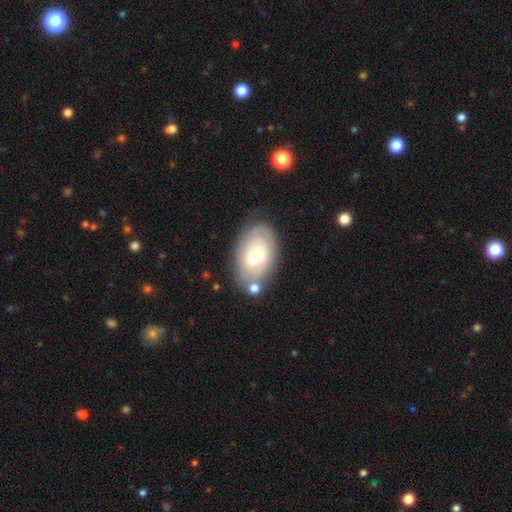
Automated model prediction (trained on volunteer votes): smooth_or_featured: smooth (p=0.54) [alt: featured or disk p=0.39]
how_rounded: in between (p=0.92) [alt: round p=0.07]
merging: none (p=0.65) [alt: minor disturbance p=0.18]